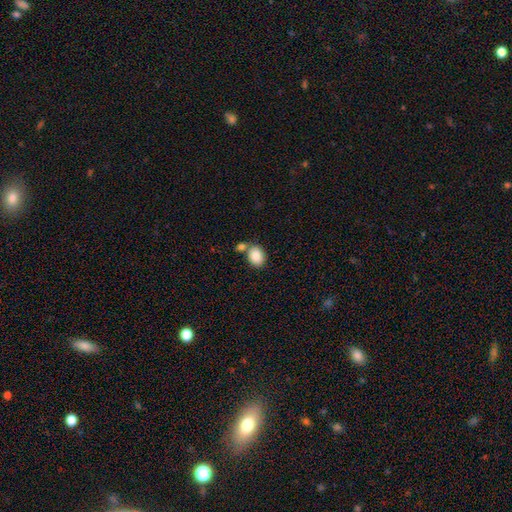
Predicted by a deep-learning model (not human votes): Smooth or featured? smooth (87%)
How rounded? in between (69%)
Merging? none (58%)